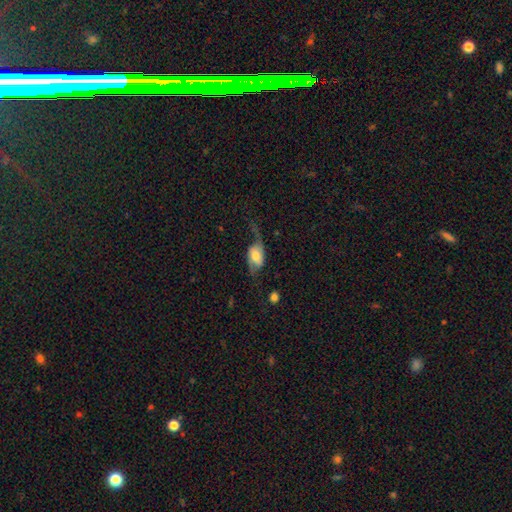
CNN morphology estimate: A featured or disk galaxy (58%) with no bar (45%), spiral arms (85%) and a moderate central bulge (53%).

Vote fractions:
- Smooth or featured? featured or disk: 58% / smooth: 35% / star or artifact: 8%
- Edge-on disk? no: 91% / yes: 9%
- Bar? no: 45% / weak: 38% / strong: 17%
- Spiral arms? yes: 85% / no: 15%
- Bulge size? moderate: 53% / small: 20% / large: 19% / dominant: 4% / none: 4%
- Merging? none: 41% / major disturbance: 34% / minor disturbance: 22% / merger: 3%